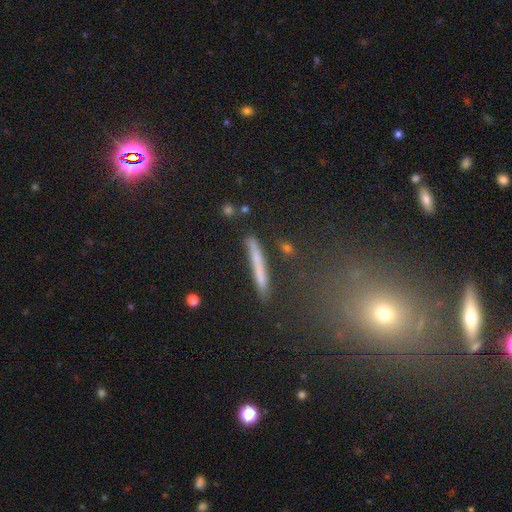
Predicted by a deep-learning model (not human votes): Smooth or featured: smooth — 69% (featured or disk — 23%)
How rounded: cigar-shaped — 91% (in between — 6%)
Merging: none — 78% (minor disturbance — 13%)